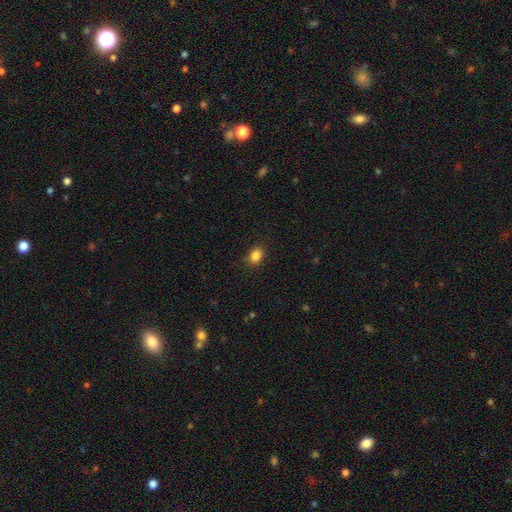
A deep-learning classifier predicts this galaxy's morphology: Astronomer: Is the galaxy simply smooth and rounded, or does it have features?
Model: smooth — 85%.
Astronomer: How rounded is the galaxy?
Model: in between — 54% (runner-up: round, 45%).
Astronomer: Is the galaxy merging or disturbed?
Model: none — 87%.